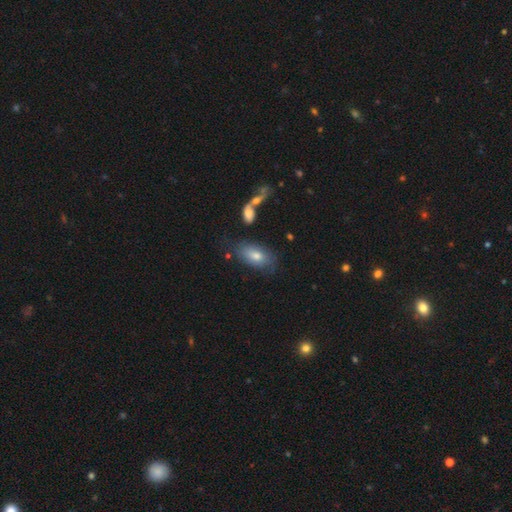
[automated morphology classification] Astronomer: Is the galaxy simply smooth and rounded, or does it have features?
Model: smooth — 69%.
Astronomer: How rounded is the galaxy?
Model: in between — 89%.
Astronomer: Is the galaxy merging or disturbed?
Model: none — 66%.